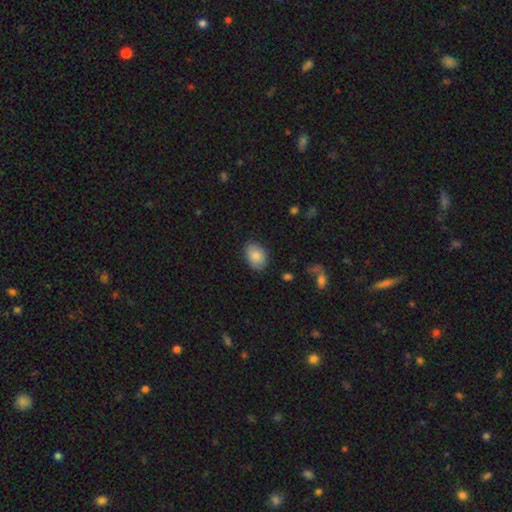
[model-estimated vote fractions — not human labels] Smooth or featured? Predicted: smooth (p=0.84). How rounded? Predicted: in between (p=0.82). Merging? Predicted: none (p=0.83).